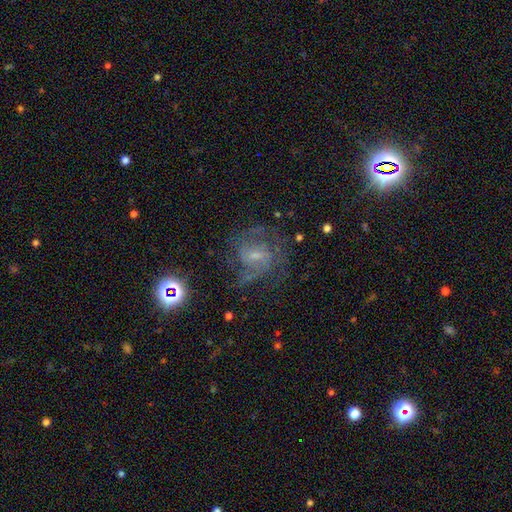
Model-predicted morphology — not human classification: The model was most divided on "spiral arm count": 2: 40%, can't tell: 30%, 3: 15%, 1: 6%, 4: 5%, more than 4: 4%. More confident: edge-on disk — no (97%); spiral arms — yes (87%); smooth or featured — featured or disk (73%); merging — none (58%); bulge size — small (56%); bar — weak (55%); spiral winding — medium (50%).